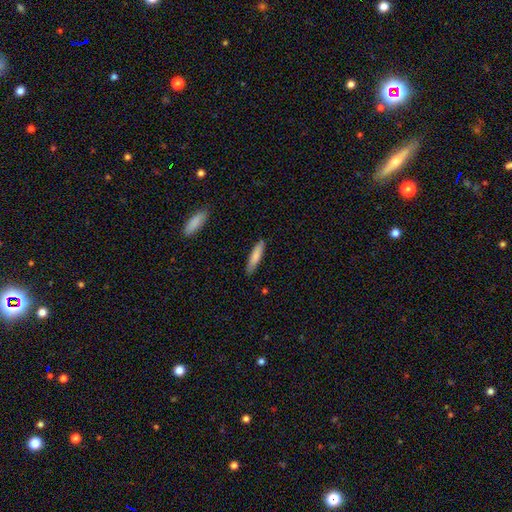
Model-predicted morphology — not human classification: Smooth or featured: smooth — 81% (featured or disk — 13%)
How rounded: cigar-shaped — 80% (in between — 19%)
Merging: none — 87% (minor disturbance — 10%)